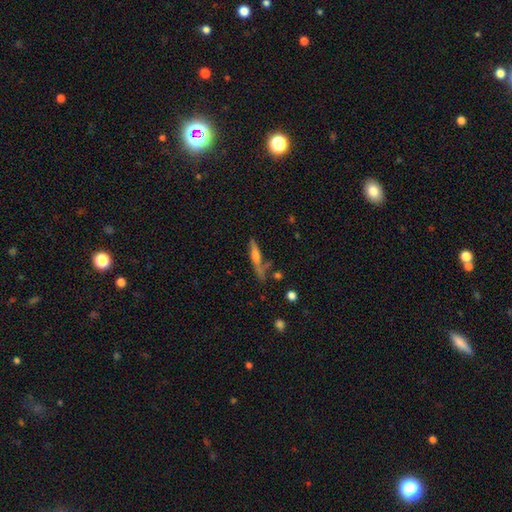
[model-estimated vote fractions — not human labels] A featured or disk galaxy (55%) viewed edge-on (90%).

Vote fractions:
- Smooth or featured? featured or disk: 55% / smooth: 35% / star or artifact: 10%
- Edge-on disk? yes: 90% / no: 10%
- Merging? none: 64% / minor disturbance: 20% / merger: 8% / major disturbance: 8%